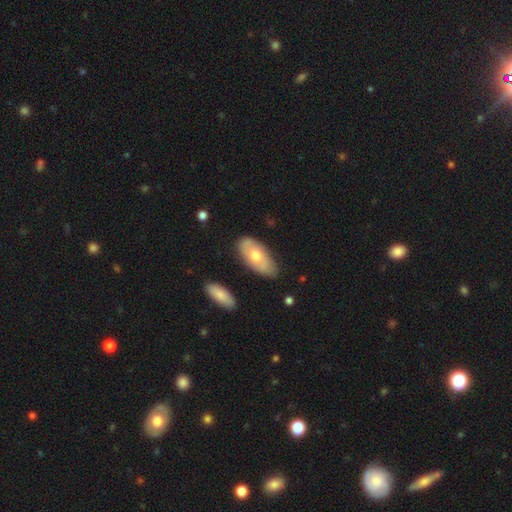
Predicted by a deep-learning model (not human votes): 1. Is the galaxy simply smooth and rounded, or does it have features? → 55% smooth, 40% featured or disk, 5% star or artifact.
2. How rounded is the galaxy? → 91% in between, 6% cigar-shaped, 3% round.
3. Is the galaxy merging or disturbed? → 76% none, 18% minor disturbance, 3% major disturbance, 3% merger.